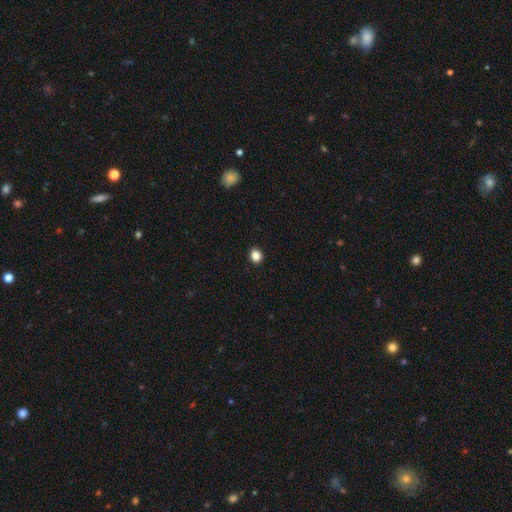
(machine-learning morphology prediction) type=smooth (85%); roundness=round (67%); merging=none (92%).